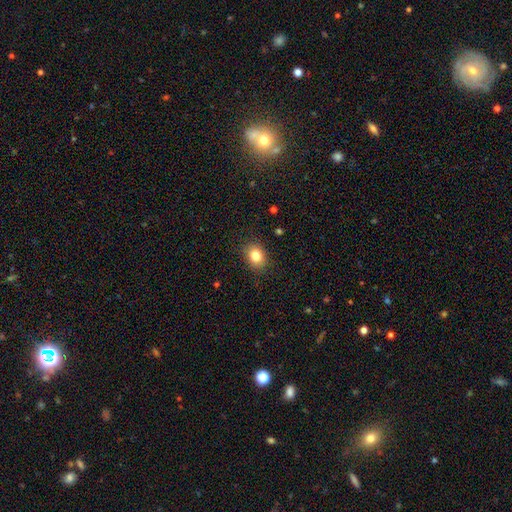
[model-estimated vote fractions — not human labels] Smooth or featured? smooth (83%)
How rounded? in between (51%)
Merging? none (88%)